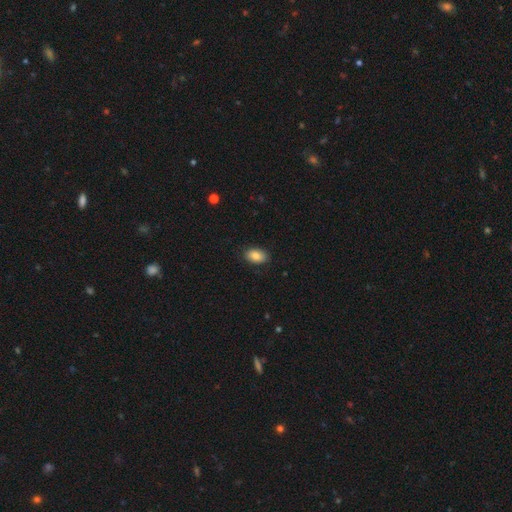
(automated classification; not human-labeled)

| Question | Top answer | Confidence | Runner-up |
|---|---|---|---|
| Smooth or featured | smooth | 85% | star or artifact (8%) |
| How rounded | in between | 90% | round (9%) |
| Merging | none | 87% | minor disturbance (10%) |